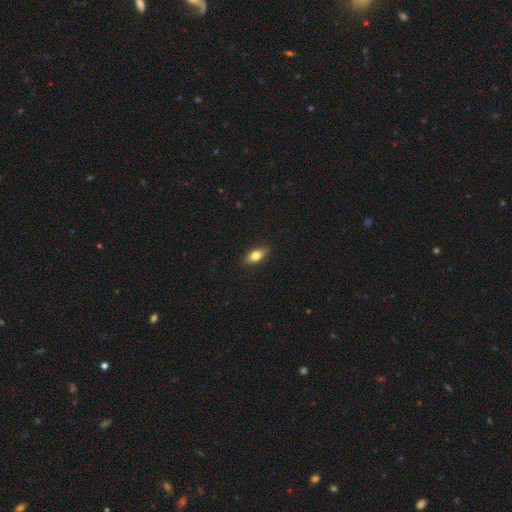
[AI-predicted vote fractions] Overall: smooth (77%). How rounded: in between (83%). Merging: none (87%).